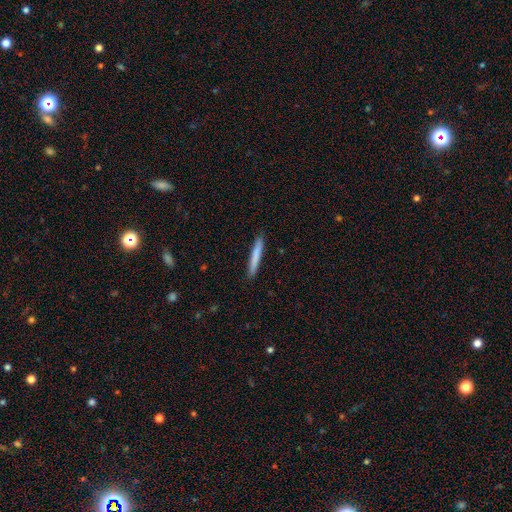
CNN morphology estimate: Overall: smooth (77%). How rounded: cigar-shaped (96%). Merging: none (90%).